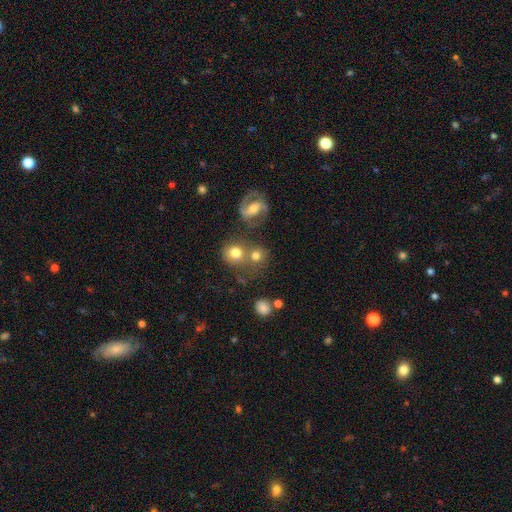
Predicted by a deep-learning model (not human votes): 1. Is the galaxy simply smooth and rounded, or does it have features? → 64% smooth, 26% featured or disk, 10% star or artifact.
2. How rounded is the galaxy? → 79% round, 19% in between, 1% cigar-shaped.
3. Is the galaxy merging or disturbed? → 48% none, 35% merger, 11% minor disturbance, 6% major disturbance.